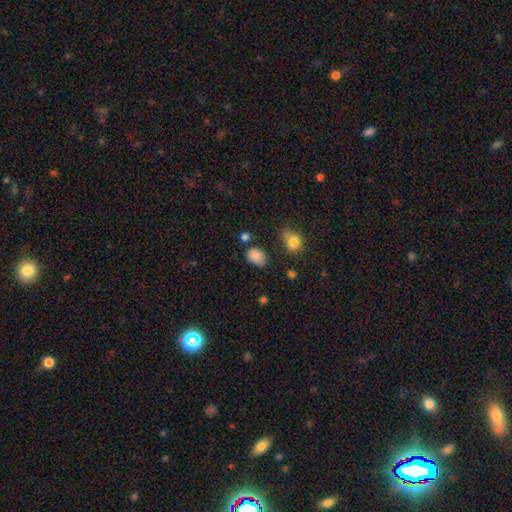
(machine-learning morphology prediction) smooth-or-featured: smooth: 83% | star or artifact: 11% | featured or disk: 5%
  how-rounded: in between: 69% | round: 30% | cigar-shaped: 1%
  merging: none: 59% | minor disturbance: 29% | major disturbance: 7% | merger: 5%